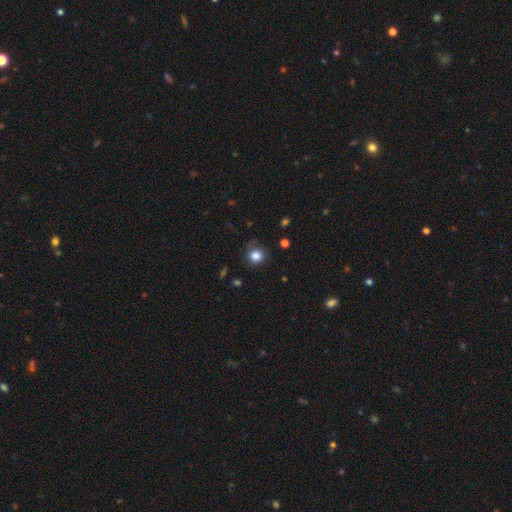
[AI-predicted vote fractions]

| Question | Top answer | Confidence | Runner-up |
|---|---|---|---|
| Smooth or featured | smooth | 84% | star or artifact (11%) |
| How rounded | round | 90% | in between (9%) |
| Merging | none | 76% | minor disturbance (17%) |